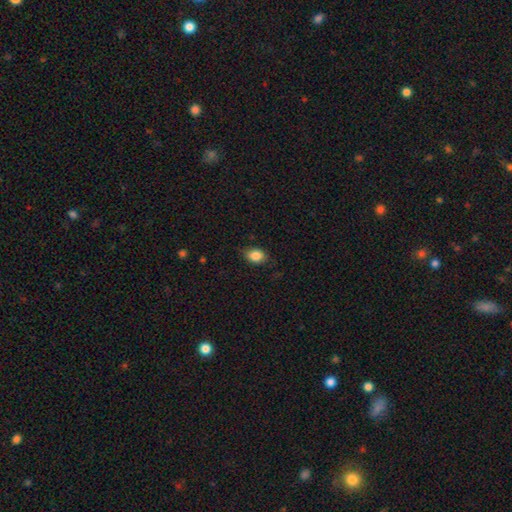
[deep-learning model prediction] smooth 86%, star or artifact 8%, featured or disk 6%. Down the decision tree: how rounded — in between (72%); merging — none (76%).